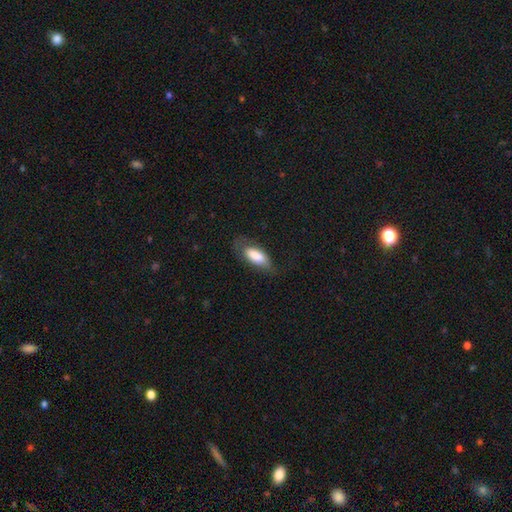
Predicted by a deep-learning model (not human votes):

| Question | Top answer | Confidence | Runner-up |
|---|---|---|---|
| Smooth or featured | smooth | 76% | featured or disk (18%) |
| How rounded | in between | 82% | cigar-shaped (16%) |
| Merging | none | 56% | minor disturbance (27%) |